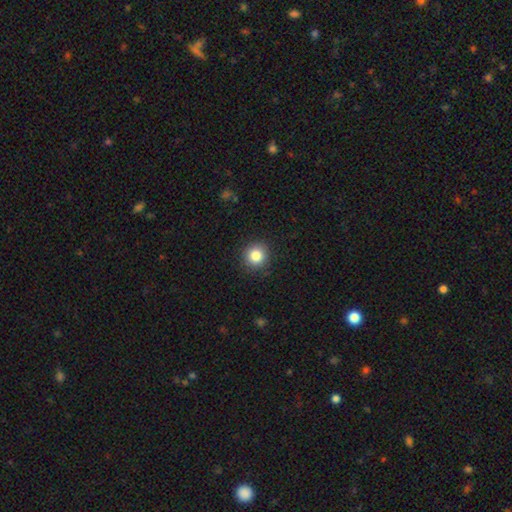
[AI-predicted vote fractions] smooth 83%, star or artifact 11%, featured or disk 6%. Down the decision tree: how rounded — round (92%); merging — none (90%).